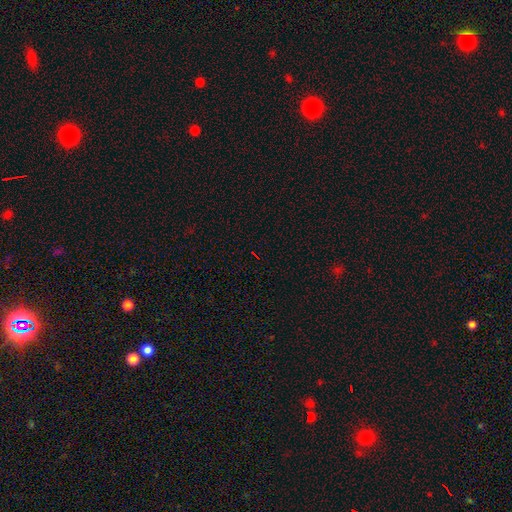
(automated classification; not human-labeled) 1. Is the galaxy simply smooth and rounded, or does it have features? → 72% star or artifact, 20% smooth, 8% featured or disk.